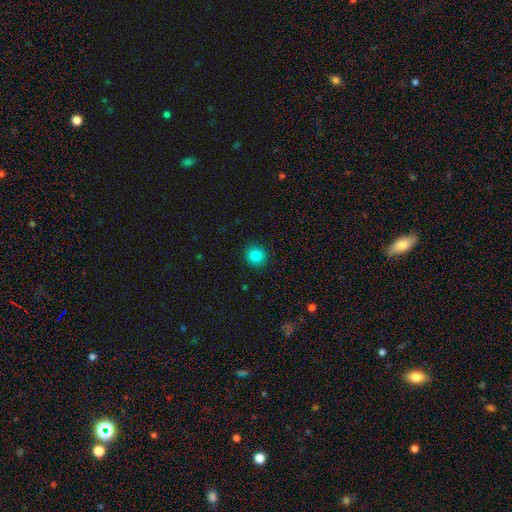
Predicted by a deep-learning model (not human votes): This appears to be a smooth galaxy with no disk features (84%) that is round (94%). Merging: none (92%).